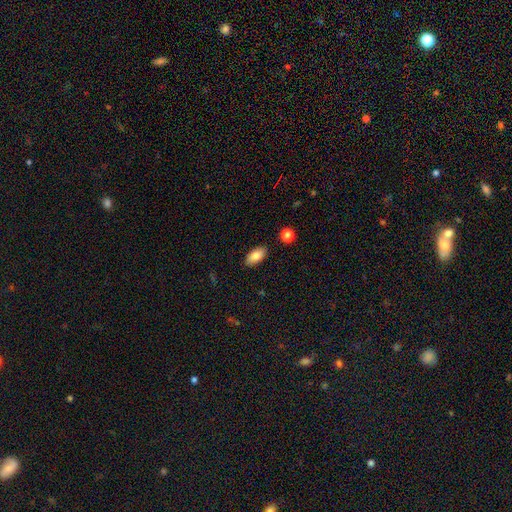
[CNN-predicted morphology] This appears to be a smooth galaxy with no disk features (82%) that is in between round and cigar-shaped (91%). Merging: none (87%).